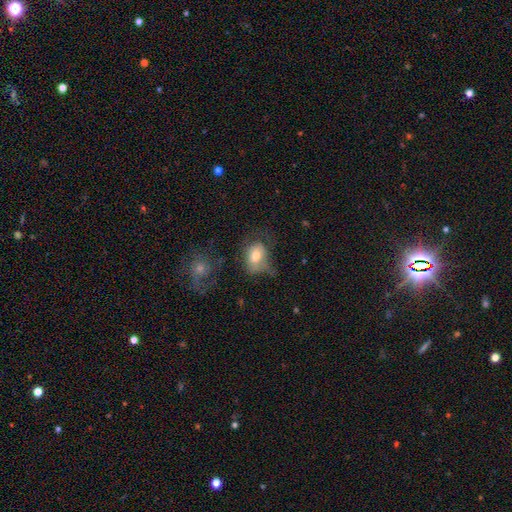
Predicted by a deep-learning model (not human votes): Morphology: type=smooth (68%); roundness=in between (74%); merging=major disturbance (33%).